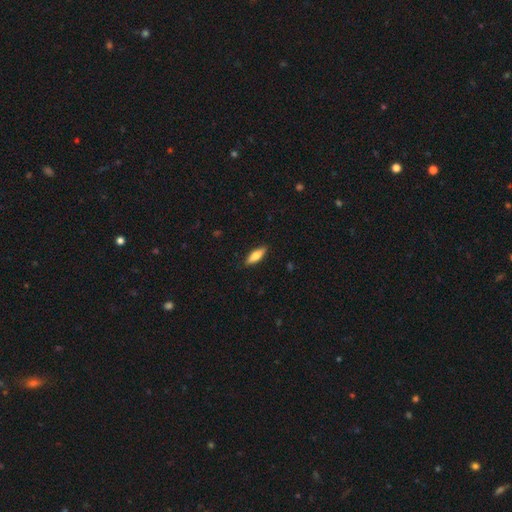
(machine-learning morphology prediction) This appears to be a smooth galaxy with no disk features (71%) that is in between round and cigar-shaped (57%). Merging: none (88%).